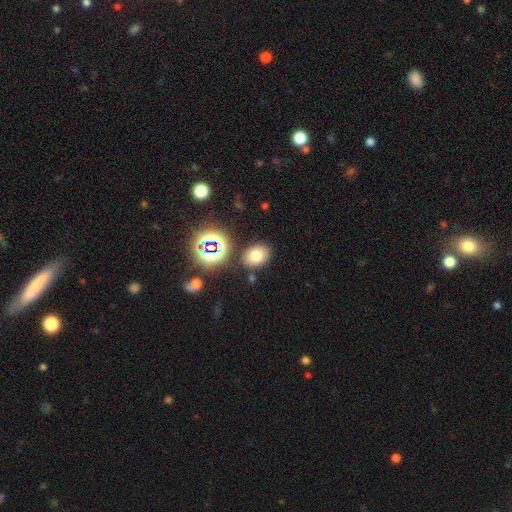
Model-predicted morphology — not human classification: Smooth or featured?
  - smooth: 71% *
  - star or artifact: 18%
  - featured or disk: 11%
How rounded?
  - in between: 65% *
  - round: 34%
  - cigar-shaped: 1%
Merging?
  - none: 81% *
  - minor disturbance: 10%
  - merger: 6%
  - major disturbance: 3%